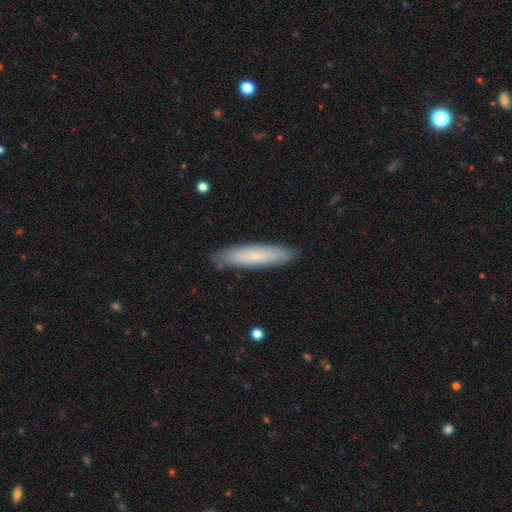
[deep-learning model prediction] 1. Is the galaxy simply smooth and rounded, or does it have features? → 68% smooth, 26% featured or disk, 6% star or artifact.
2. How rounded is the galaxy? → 81% cigar-shaped, 18% in between, 1% round.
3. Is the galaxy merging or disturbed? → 85% none, 12% minor disturbance, 2% major disturbance, 1% merger.